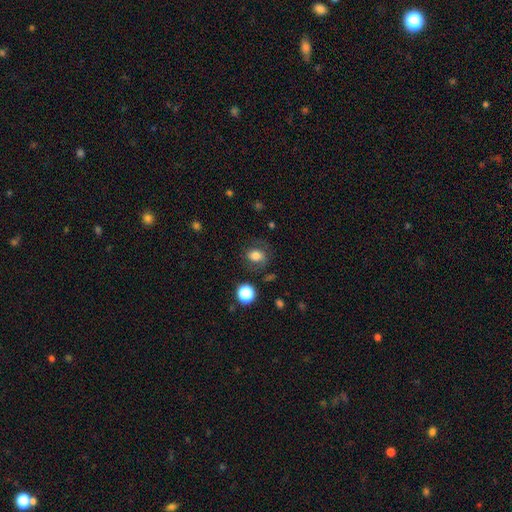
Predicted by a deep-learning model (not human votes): Smooth or featured? smooth (75%)
How rounded? in between (52%)
Merging? none (72%)